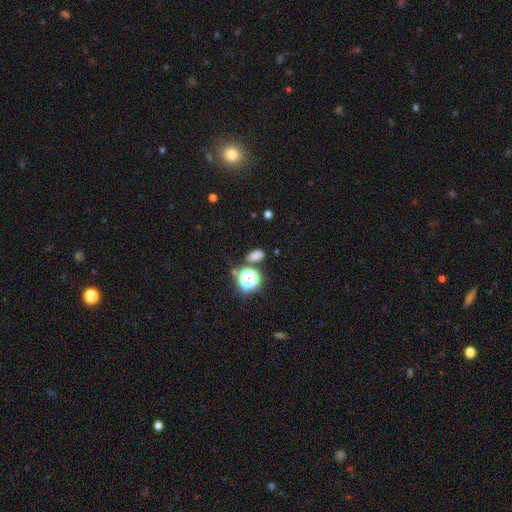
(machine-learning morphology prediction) smooth_or_featured: smooth (p=0.68) [alt: star or artifact p=0.26]
how_rounded: in between (p=0.68) [alt: round p=0.29]
merging: none (p=0.74) [alt: minor disturbance p=0.12]